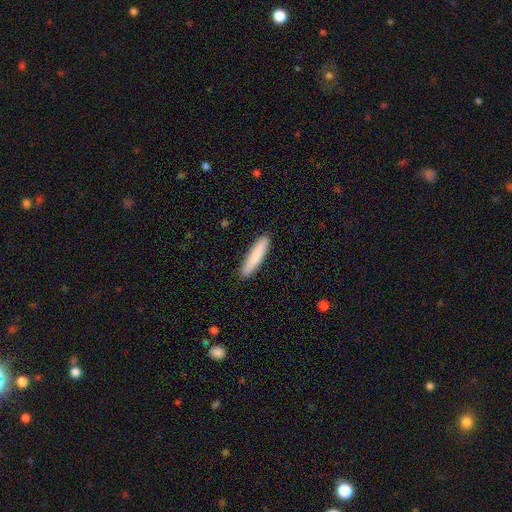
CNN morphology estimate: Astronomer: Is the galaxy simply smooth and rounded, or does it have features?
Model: smooth — 85%.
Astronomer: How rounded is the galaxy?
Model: cigar-shaped — 87%.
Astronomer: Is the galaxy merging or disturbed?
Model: none — 91%.